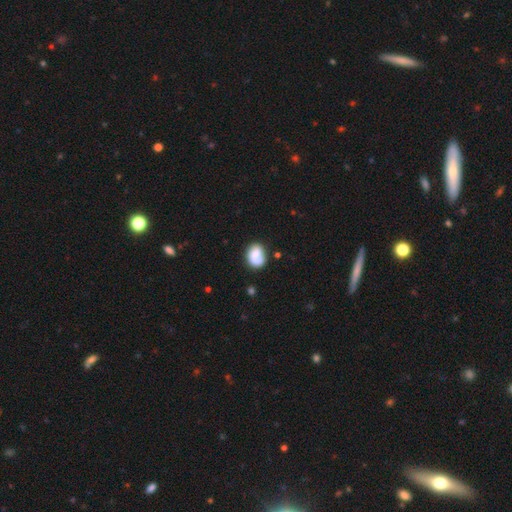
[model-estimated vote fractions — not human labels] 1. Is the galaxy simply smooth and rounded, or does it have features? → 55% smooth, 37% featured or disk, 7% star or artifact.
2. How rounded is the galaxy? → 56% in between, 43% round, 1% cigar-shaped.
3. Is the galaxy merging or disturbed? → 58% none, 23% minor disturbance, 13% major disturbance, 6% merger.